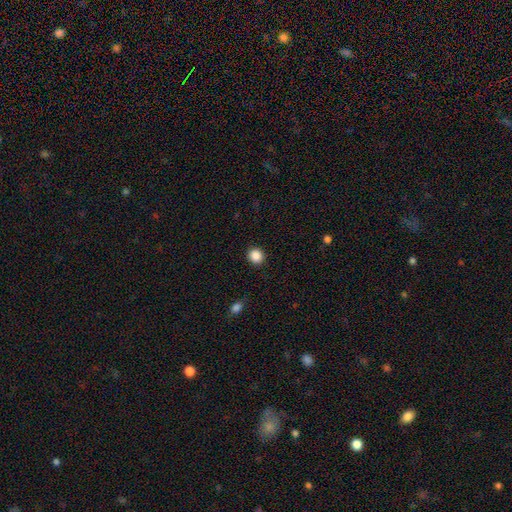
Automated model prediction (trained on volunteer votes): Smooth or featured? Predicted: smooth (p=0.88). How rounded? Predicted: round (p=0.85). Merging? Predicted: none (p=0.91).